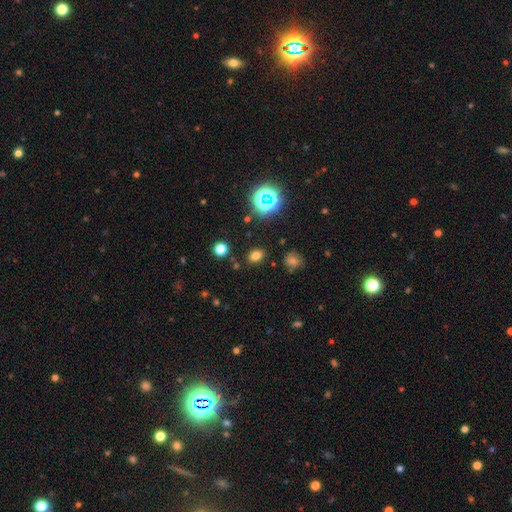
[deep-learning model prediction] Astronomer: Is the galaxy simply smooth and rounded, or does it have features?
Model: smooth — 72%.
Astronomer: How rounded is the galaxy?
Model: in between — 68%.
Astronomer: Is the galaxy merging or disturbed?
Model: none — 85%.